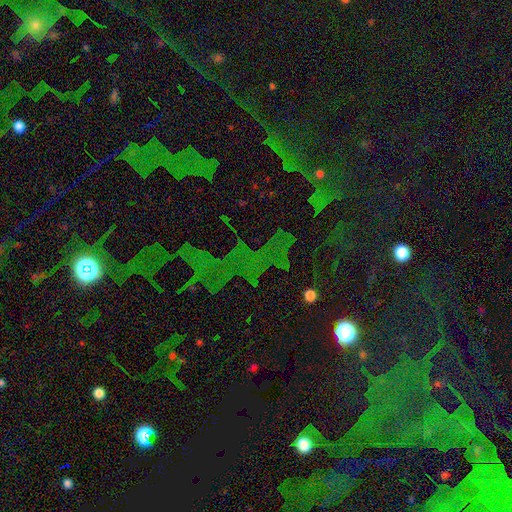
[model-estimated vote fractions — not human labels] smooth_or_featured: star or artifact (p=0.75) [alt: smooth p=0.13]